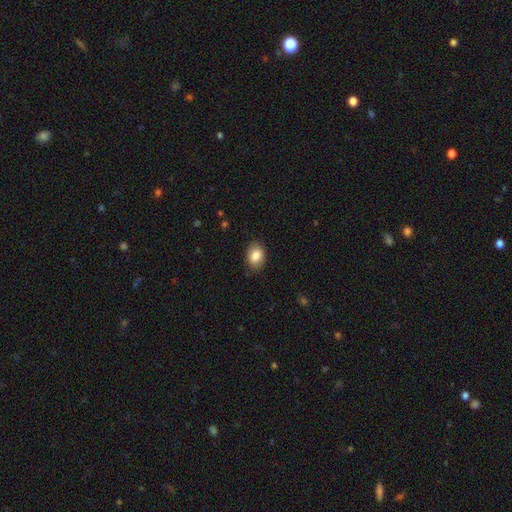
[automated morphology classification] smooth-or-featured: smooth: 85% | featured or disk: 8% | star or artifact: 7%
  how-rounded: in between: 80% | round: 19% | cigar-shaped: 1%
  merging: none: 83% | minor disturbance: 13% | major disturbance: 3% | merger: 1%